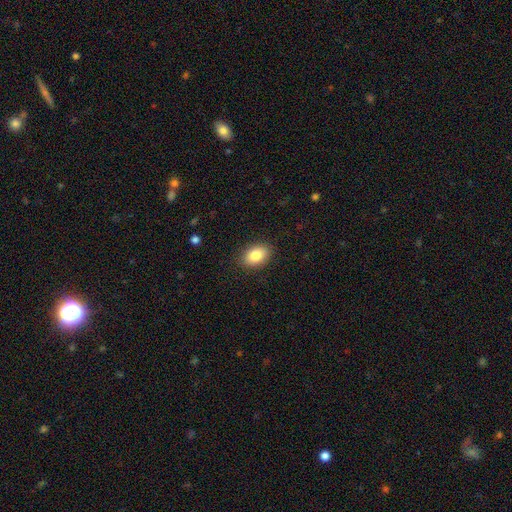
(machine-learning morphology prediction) Overall: smooth (84%). How rounded: in between (85%). Merging: none (88%).